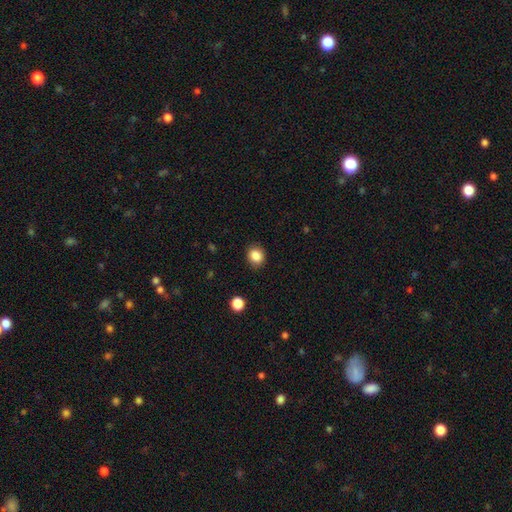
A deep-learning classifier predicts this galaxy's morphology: The model was most divided on "how rounded": round: 70%, in between: 29%, cigar-shaped: 1%. More confident: merging — none (87%); smooth or featured — smooth (86%).